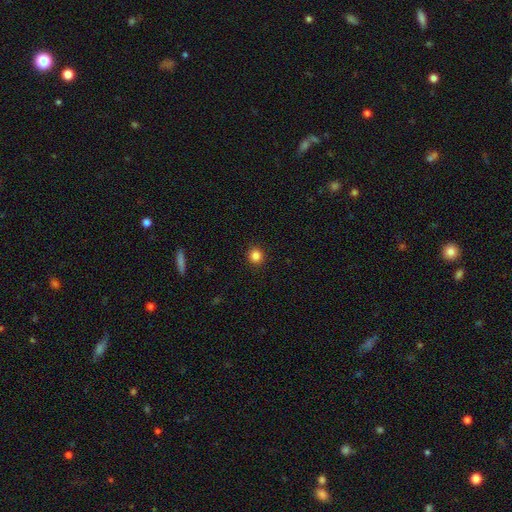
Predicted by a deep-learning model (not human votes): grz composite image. It shows a smooth galaxy with no disk features (84%) that is round (90%). Merging: none (92%).